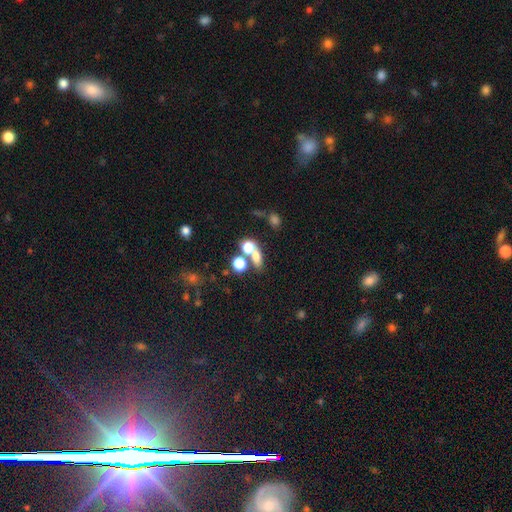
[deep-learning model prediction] Q: Smooth or featured?
A: smooth (66%); runner-up: star or artifact (19%)
Q: How rounded?
A: in between (50%); runner-up: round (43%)
Q: Merging?
A: merger (43%); runner-up: none (42%)